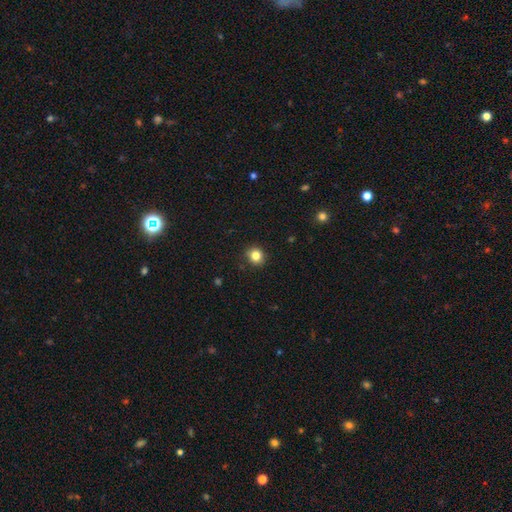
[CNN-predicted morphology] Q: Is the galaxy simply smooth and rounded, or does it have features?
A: smooth — 83%.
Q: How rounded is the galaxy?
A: round — 89%.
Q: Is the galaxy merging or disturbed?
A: none — 88%.